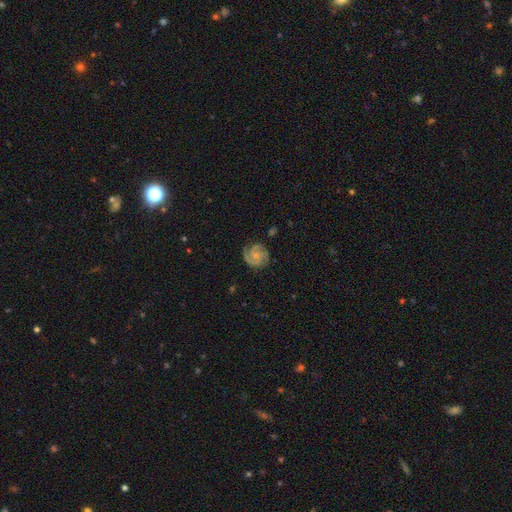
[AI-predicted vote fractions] Smooth or featured? Predicted: featured or disk (p=0.85). Edge-on disk? Predicted: no (p=0.98). Bar? Predicted: no (p=0.70). Spiral arms? Predicted: yes (p=0.98). Spiral winding? Predicted: tight (p=0.64). Spiral arm count? Predicted: 3 (p=0.41). Bulge size? Predicted: small (p=0.62). Merging? Predicted: none (p=0.78).